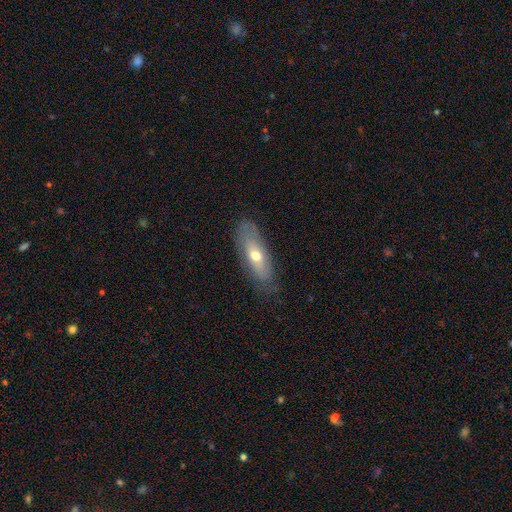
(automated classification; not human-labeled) Q: Smooth or featured?
A: featured or disk (50%); runner-up: smooth (43%)
Q: Merging?
A: none (78%); runner-up: minor disturbance (17%)